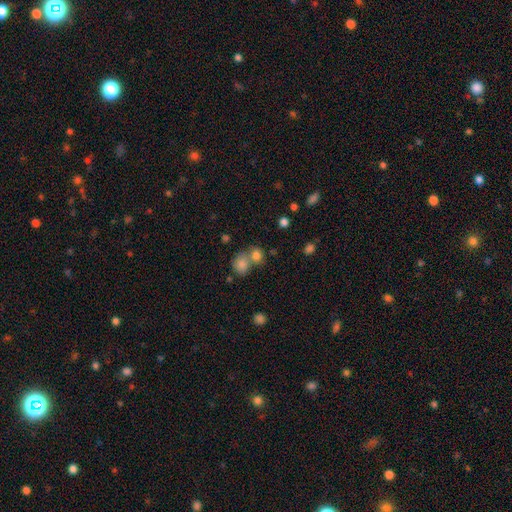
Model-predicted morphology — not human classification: Overall: smooth (81%). How rounded: round (66%; in between 33%). Merging: merger (48%; none 40%).